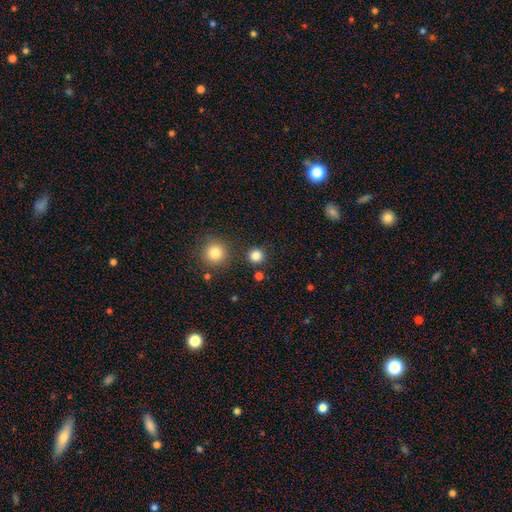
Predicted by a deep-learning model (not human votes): Morphology: type=smooth (83%); roundness=round (94%); merging=none (88%).